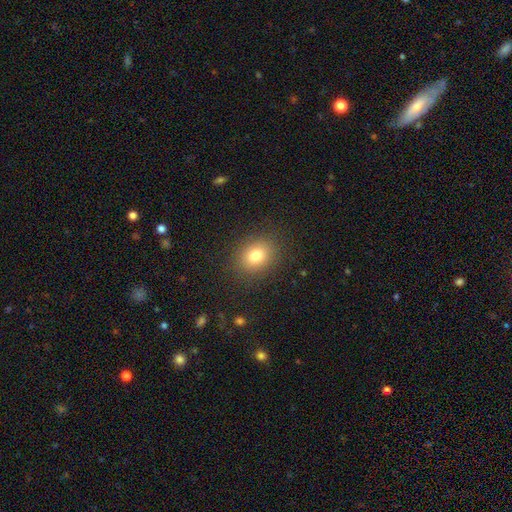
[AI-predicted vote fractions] A smooth galaxy with no disk features (79%) that is round (50%). Merging: none (87%).